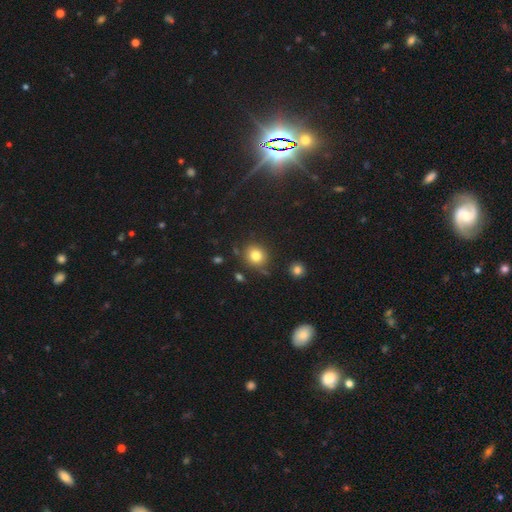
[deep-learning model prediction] The model was most divided on "smooth or featured": smooth: 81%, star or artifact: 12%, featured or disk: 7%. More confident: how rounded — round (85%); merging — none (80%).